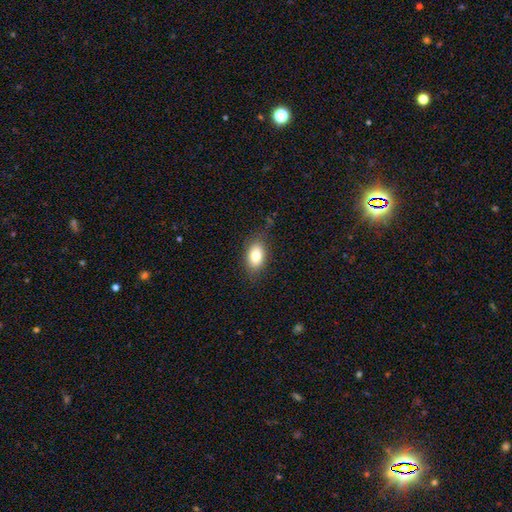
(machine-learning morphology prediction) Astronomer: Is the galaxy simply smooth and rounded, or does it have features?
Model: smooth — 79%.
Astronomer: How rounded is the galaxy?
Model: in between — 87%.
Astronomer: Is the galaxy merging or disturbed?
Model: none — 80%.